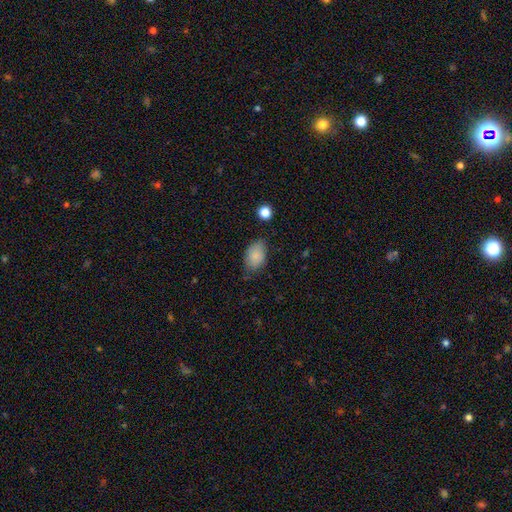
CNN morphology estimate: Smooth or featured? Predicted: smooth (p=0.85). How rounded? Predicted: in between (p=0.87). Merging? Predicted: none (p=0.68).